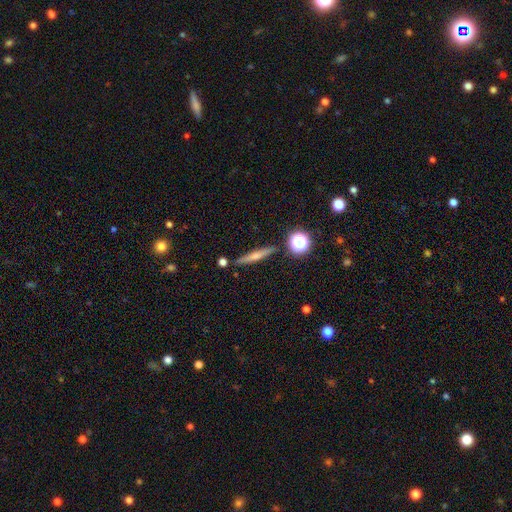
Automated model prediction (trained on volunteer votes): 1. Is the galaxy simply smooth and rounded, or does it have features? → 48% smooth, 42% featured or disk, 11% star or artifact.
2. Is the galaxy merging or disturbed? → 86% none, 9% minor disturbance, 4% merger, 2% major disturbance.